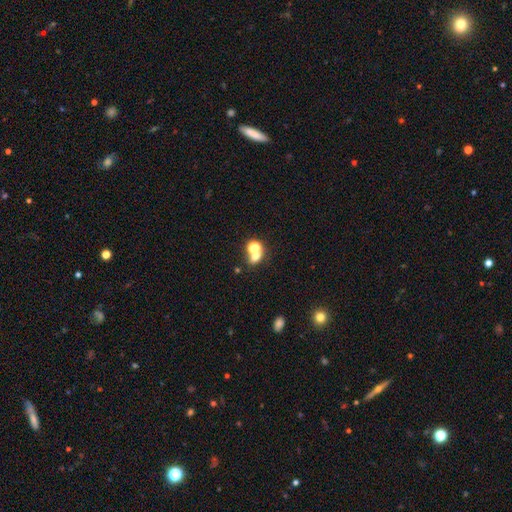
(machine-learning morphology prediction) Smooth or featured? Predicted: smooth (p=0.59). How rounded? Predicted: round (p=0.60). Merging? Predicted: none (p=0.46).